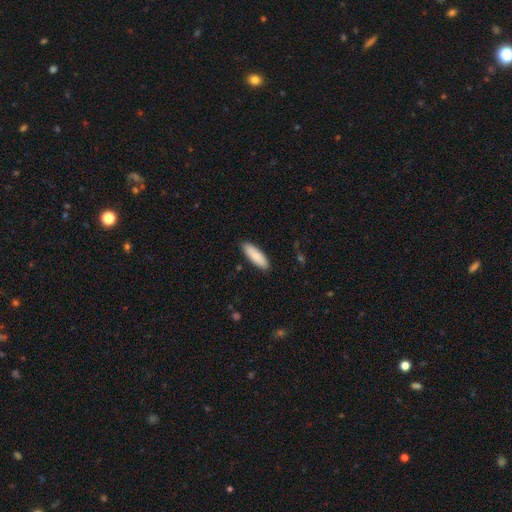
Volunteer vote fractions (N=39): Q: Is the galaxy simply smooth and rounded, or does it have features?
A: smooth — 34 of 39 (87%).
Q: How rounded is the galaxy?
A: in between — 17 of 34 (50%, tied with cigar-shaped).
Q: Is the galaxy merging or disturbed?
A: none — 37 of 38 (97%).